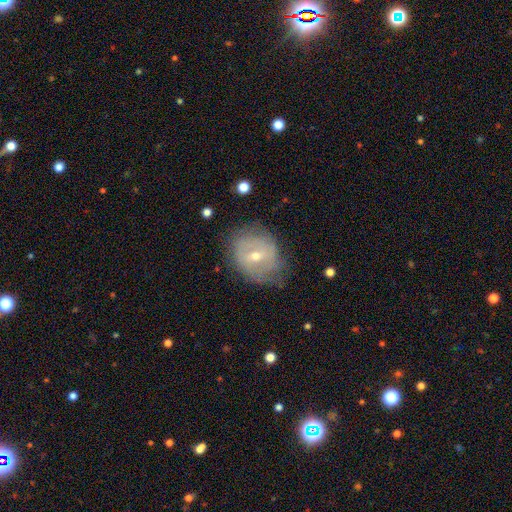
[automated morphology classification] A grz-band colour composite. It shows a featured or disk galaxy (63%) with a weak bar (51%), spiral arms (60%) and a small central bulge (50%). Merging: none (61%).